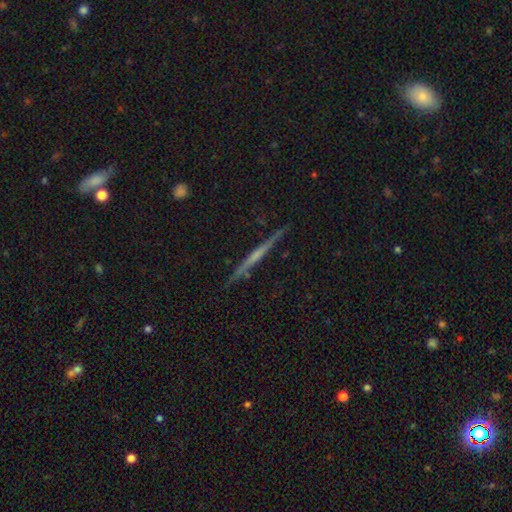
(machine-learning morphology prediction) Smooth or featured? featured or disk (66%)
Edge-on disk? yes (98%)
Edge-on bulge? none (69%)
Merging? none (90%)